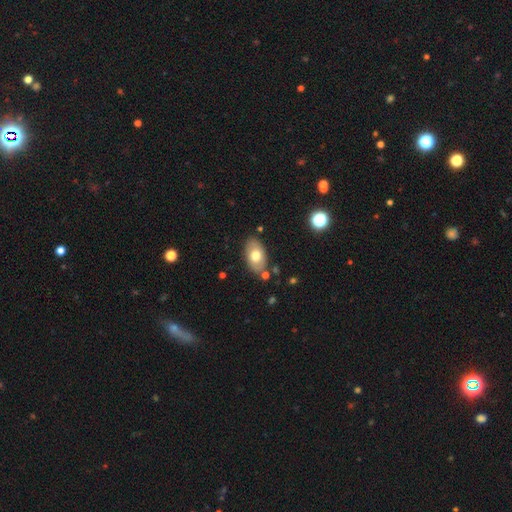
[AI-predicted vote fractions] smooth 67%, featured or disk 26%, star or artifact 7%. Down the decision tree: how rounded — in between (91%); merging — none (81%).